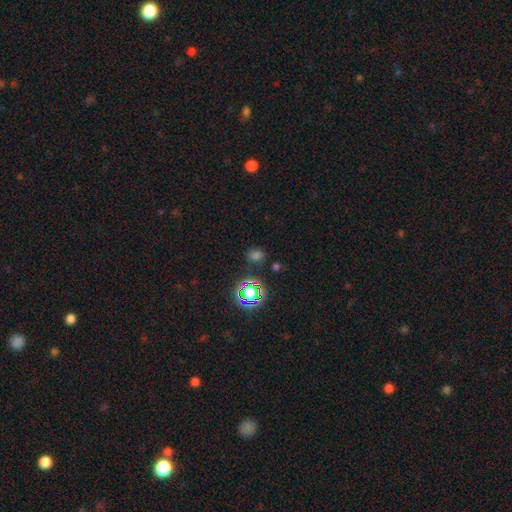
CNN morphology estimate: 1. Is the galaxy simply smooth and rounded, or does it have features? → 58% smooth, 36% star or artifact, 6% featured or disk.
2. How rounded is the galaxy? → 56% round, 42% in between, 2% cigar-shaped.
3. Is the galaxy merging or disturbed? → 78% none, 13% minor disturbance, 5% merger, 4% major disturbance.